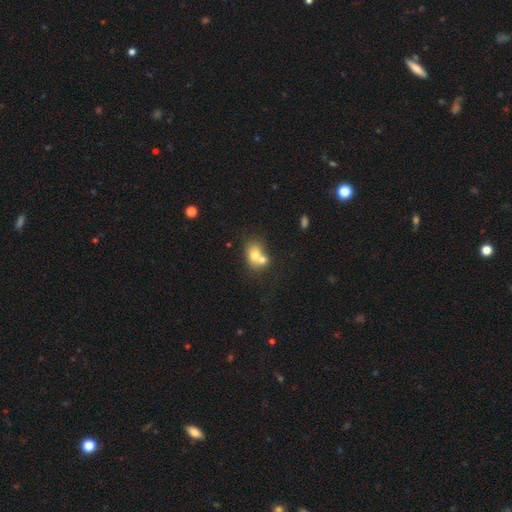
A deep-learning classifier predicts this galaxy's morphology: Overall: smooth (69%). How rounded: in between (53%; round 46%). Merging: merger (57%; none 30%).